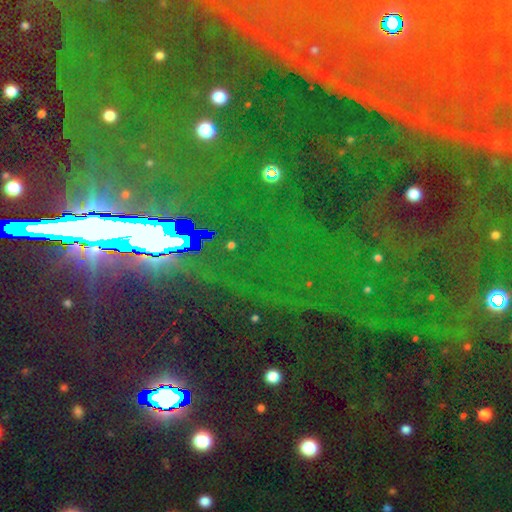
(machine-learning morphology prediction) The model was most divided on "smooth or featured": star or artifact: 83%, smooth: 8%, featured or disk: 8%.